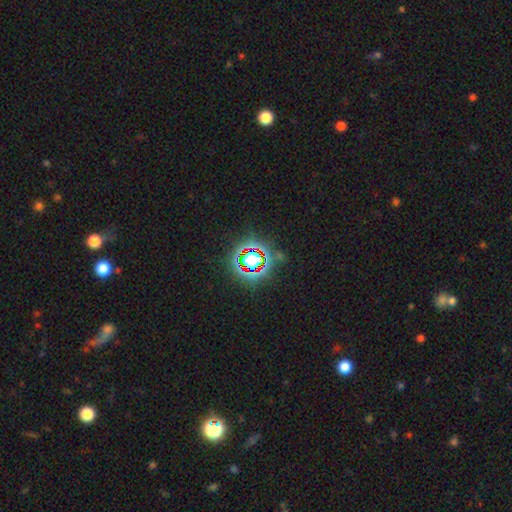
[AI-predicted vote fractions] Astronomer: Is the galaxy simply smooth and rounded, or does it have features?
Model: star or artifact — 78%.